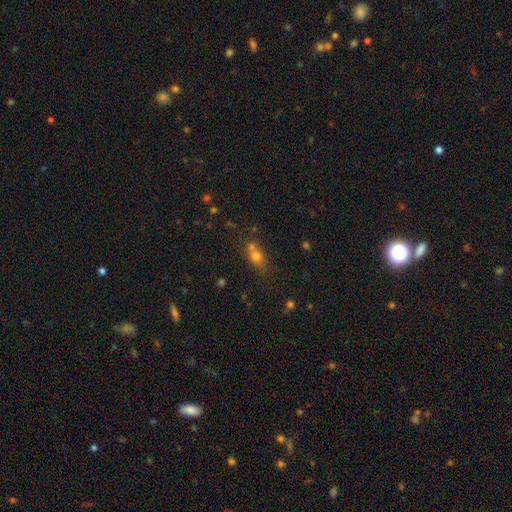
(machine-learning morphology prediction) Smooth or featured?
  - smooth: 66% *
  - star or artifact: 20%
  - featured or disk: 14%
How rounded?
  - round: 52% *
  - in between: 43%
  - cigar-shaped: 5%
Merging?
  - none: 46% *
  - merger: 36%
  - minor disturbance: 12%
  - major disturbance: 5%